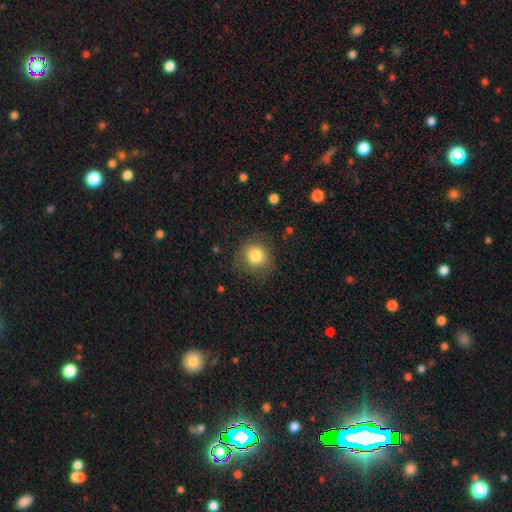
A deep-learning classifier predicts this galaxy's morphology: Smooth or featured: smooth — 82% (star or artifact — 10%)
How rounded: round — 86% (in between — 13%)
Merging: none — 77% (minor disturbance — 16%)